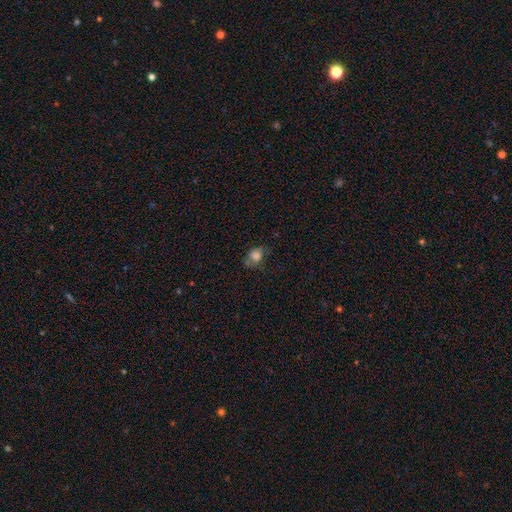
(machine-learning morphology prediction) smooth-or-featured: smooth: 74% | star or artifact: 13% | featured or disk: 13%
  how-rounded: in between: 50% | round: 49% | cigar-shaped: 1%
  merging: none: 49% | minor disturbance: 29% | major disturbance: 17% | merger: 5%